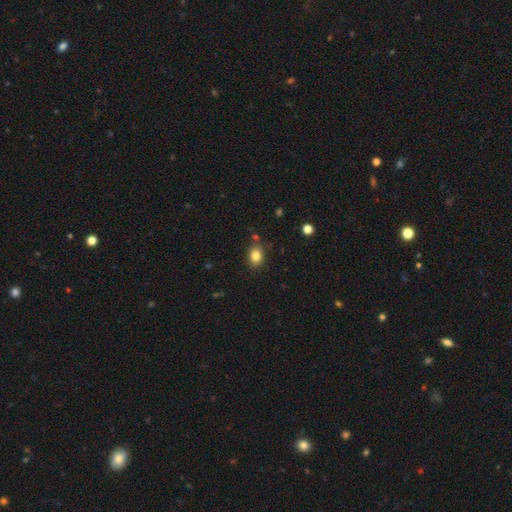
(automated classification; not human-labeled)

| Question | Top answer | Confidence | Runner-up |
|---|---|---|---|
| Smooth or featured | smooth | 83% | star or artifact (10%) |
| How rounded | in between | 62% | round (36%) |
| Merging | none | 80% | minor disturbance (13%) |